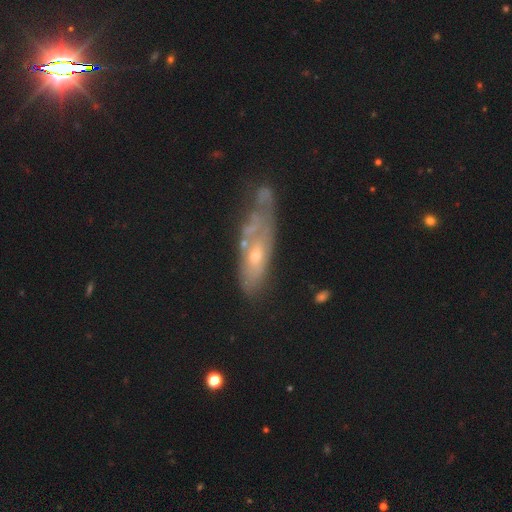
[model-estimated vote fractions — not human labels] Smooth or featured?
  - featured or disk: 59% *
  - smooth: 33%
  - star or artifact: 8%
Edge-on disk?
  - no: 78% *
  - yes: 22%
Merging?
  - none: 30% *
  - major disturbance: 28%
  - minor disturbance: 27%
  - merger: 15%